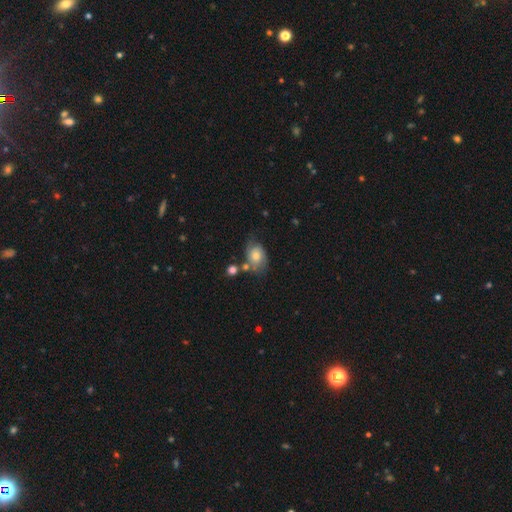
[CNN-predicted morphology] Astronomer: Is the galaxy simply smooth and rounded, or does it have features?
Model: smooth — 50% (runner-up: featured or disk, 41%).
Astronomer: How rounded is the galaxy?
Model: in between — 75%.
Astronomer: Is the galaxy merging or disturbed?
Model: none — 49% (runner-up: minor disturbance, 27%).